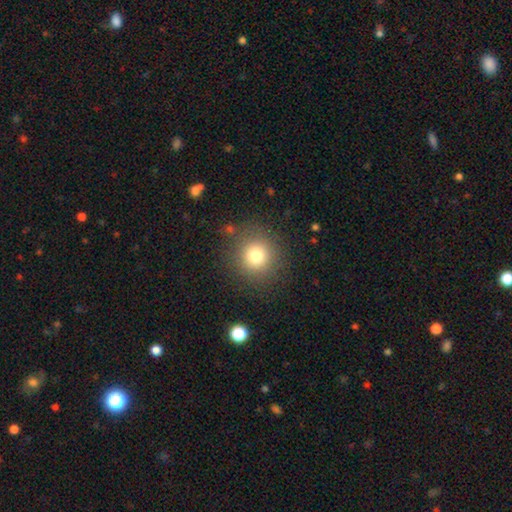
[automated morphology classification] A smooth galaxy with no disk features (77%) that is round (92%).

Vote fractions:
- Smooth or featured? smooth: 77% / star or artifact: 14% / featured or disk: 9%
- How rounded? round: 92% / in between: 7% / cigar-shaped: 1%
- Merging? none: 86% / minor disturbance: 8% / major disturbance: 4% / merger: 2%